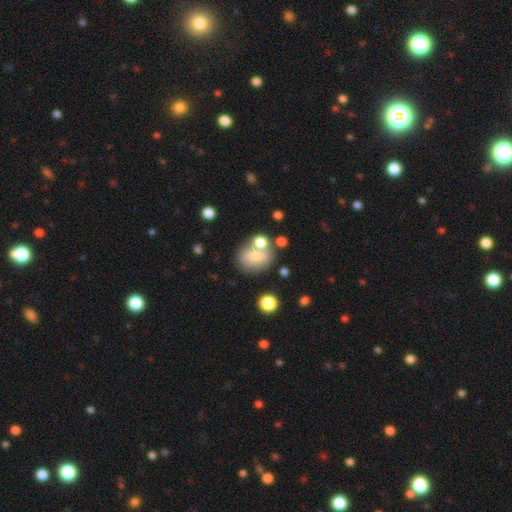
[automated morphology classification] type=smooth (66%); roundness=round (66%); merging=none (54%).